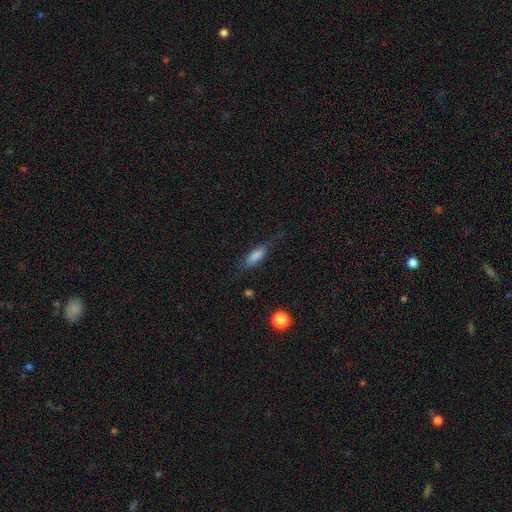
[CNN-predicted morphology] Smooth or featured? smooth (61%)
How rounded? cigar-shaped (60%)
Merging? none (66%)